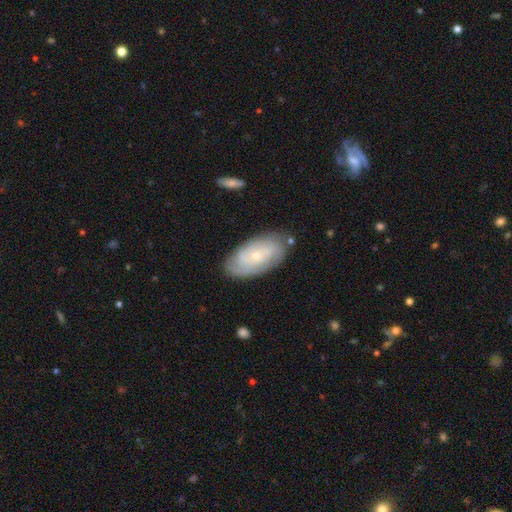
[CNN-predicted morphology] This appears to be a featured or disk galaxy (62%) with no bar (76%), spiral arms (82%) and a small central bulge (76%). Merging: none (77%).